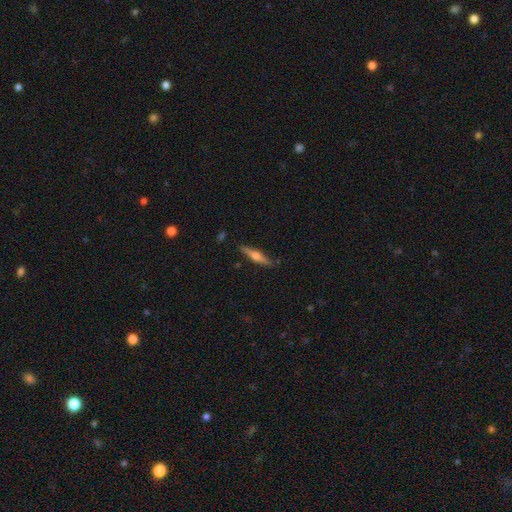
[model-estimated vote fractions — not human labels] Smooth or featured? featured or disk (63%)
Edge-on disk? yes (97%)
Edge-on bulge? rounded (88%)
Merging? none (85%)